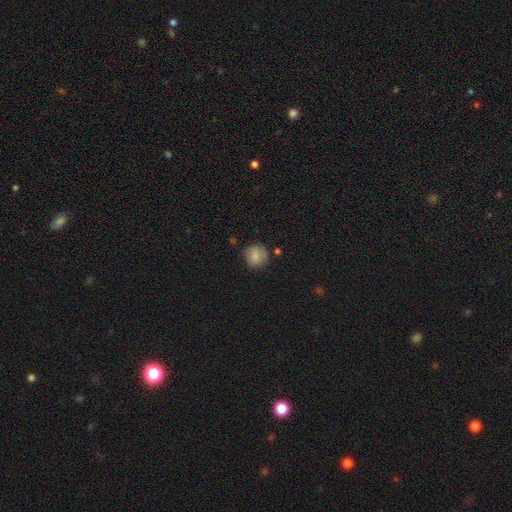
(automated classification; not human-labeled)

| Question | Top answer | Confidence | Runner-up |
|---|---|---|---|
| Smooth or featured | smooth | 79% | featured or disk (12%) |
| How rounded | round | 87% | in between (12%) |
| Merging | none | 71% | minor disturbance (21%) |